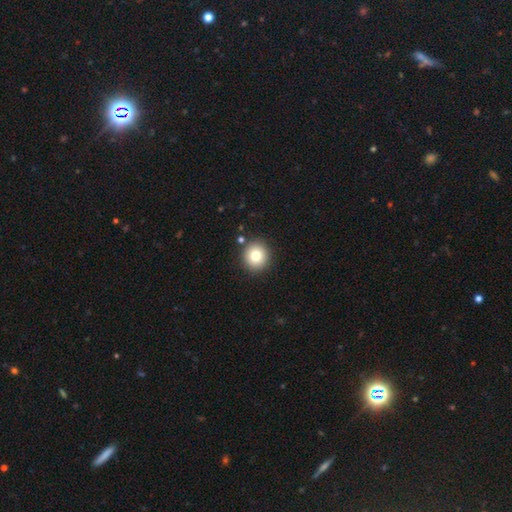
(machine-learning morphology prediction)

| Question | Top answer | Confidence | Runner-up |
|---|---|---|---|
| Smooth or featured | smooth | 79% | star or artifact (11%) |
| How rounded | round | 91% | in between (8%) |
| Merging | none | 88% | minor disturbance (6%) |